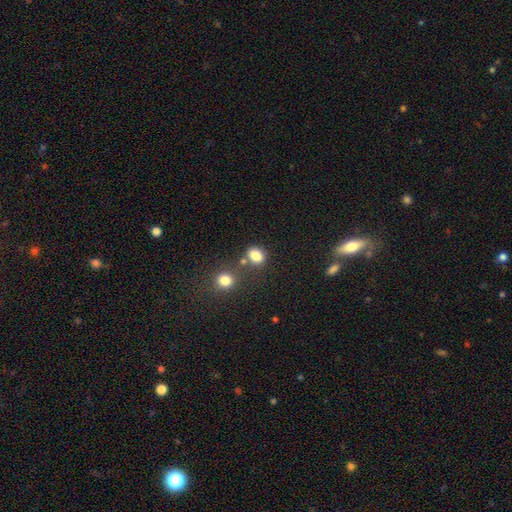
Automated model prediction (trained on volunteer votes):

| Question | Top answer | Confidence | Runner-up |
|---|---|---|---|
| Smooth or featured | smooth | 82% | star or artifact (12%) |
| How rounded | in between | 58% | round (41%) |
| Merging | none | 62% | merger (19%) |